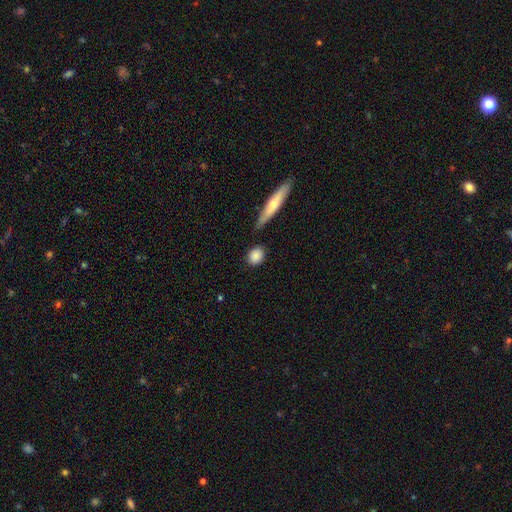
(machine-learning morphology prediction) Overall: smooth (85%). How rounded: round (61%; in between 33%). Merging: none (81%).